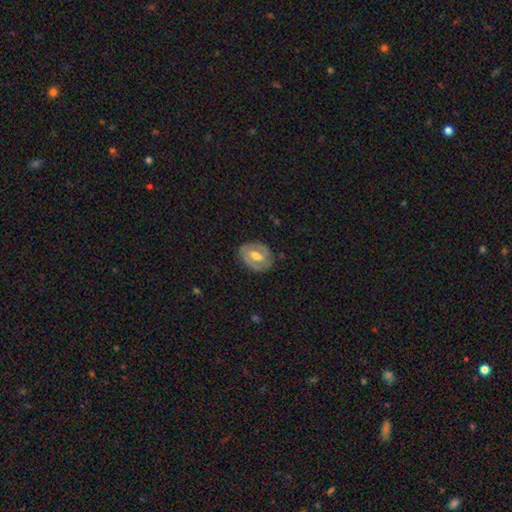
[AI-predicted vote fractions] Smooth or featured: featured or disk — 58% (smooth — 36%)
Edge-on disk: no — 94% (yes — 6%)
Bar: weak — 44% (no — 33%)
Spiral arms: no — 56% (yes — 44%)
Bulge size: moderate — 66% (large — 18%)
Merging: none — 81% (minor disturbance — 14%)